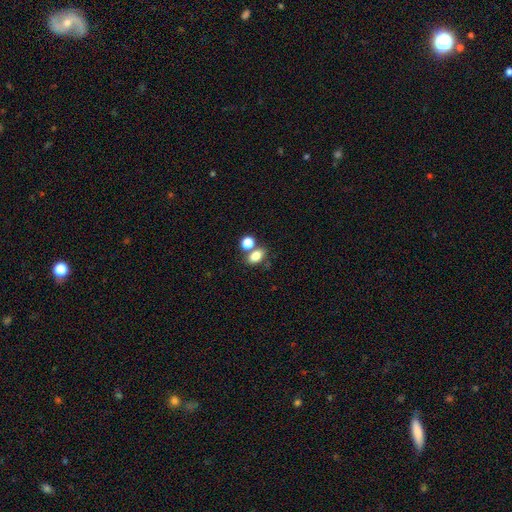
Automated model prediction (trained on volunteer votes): Morphology: type=smooth (80%); roundness=in between (72%); merging=none (53%).